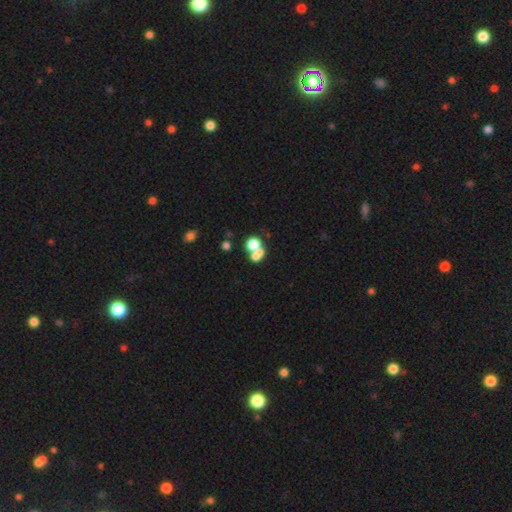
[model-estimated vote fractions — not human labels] smooth_or_featured: smooth (p=0.64) [alt: featured or disk p=0.21]
how_rounded: round (p=0.60) [alt: in between p=0.39]
merging: merger (p=0.60) [alt: none p=0.28]